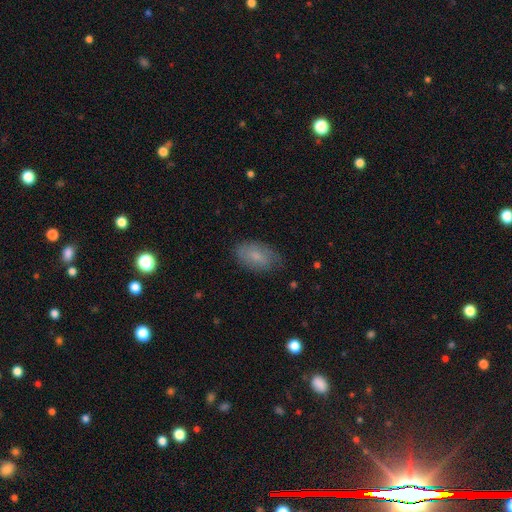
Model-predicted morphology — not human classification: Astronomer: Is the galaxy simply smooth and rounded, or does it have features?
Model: smooth — 73%.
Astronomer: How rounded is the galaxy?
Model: in between — 92%.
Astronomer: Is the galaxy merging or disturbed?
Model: none — 72%.